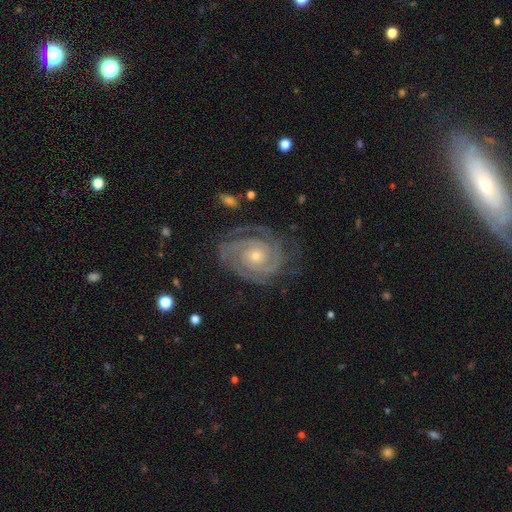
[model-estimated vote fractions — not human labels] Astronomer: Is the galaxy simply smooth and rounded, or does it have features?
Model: featured or disk — 92%.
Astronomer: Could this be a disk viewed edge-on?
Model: no — 98%.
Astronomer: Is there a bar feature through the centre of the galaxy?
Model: no — 73%.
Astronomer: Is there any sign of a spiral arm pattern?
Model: yes — 98%.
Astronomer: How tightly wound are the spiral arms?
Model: tight — 81%.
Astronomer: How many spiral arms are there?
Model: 2 — 60%.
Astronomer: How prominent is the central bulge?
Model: small — 62%.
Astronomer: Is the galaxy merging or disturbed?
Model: none — 77%.